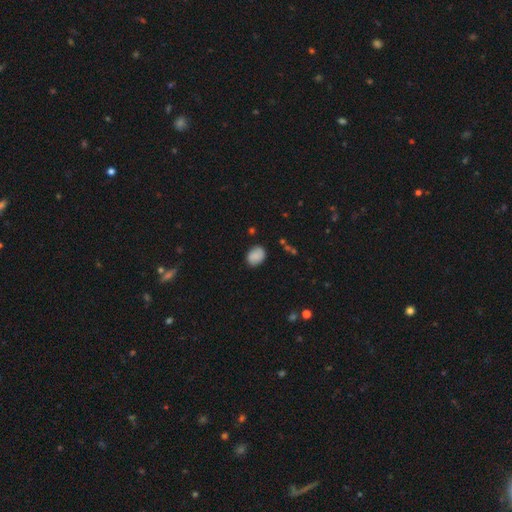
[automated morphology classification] smooth_or_featured: smooth (p=0.85) [alt: star or artifact p=0.08]
how_rounded: in between (p=0.66) [alt: round p=0.33]
merging: none (p=0.79) [alt: minor disturbance p=0.15]